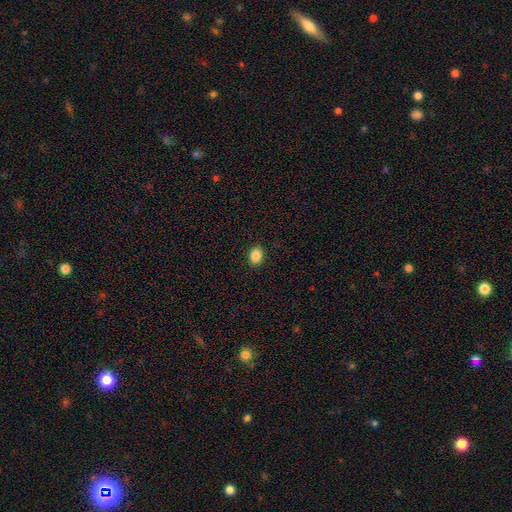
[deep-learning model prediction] The model was most divided on "how rounded": in between: 65%, round: 34%, cigar-shaped: 1%. More confident: merging — none (90%); smooth or featured — smooth (87%).